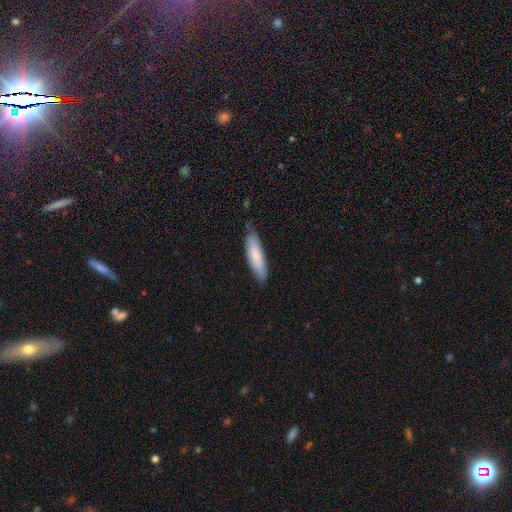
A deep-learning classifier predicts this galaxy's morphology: smooth 80%, featured or disk 15%, star or artifact 5%. Down the decision tree: how rounded — cigar-shaped (66%); merging — none (74%).